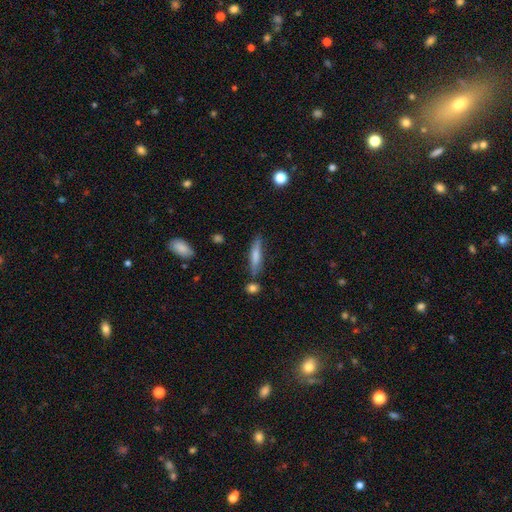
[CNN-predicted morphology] type=smooth (69%); roundness=cigar-shaped (82%); merging=none (74%).